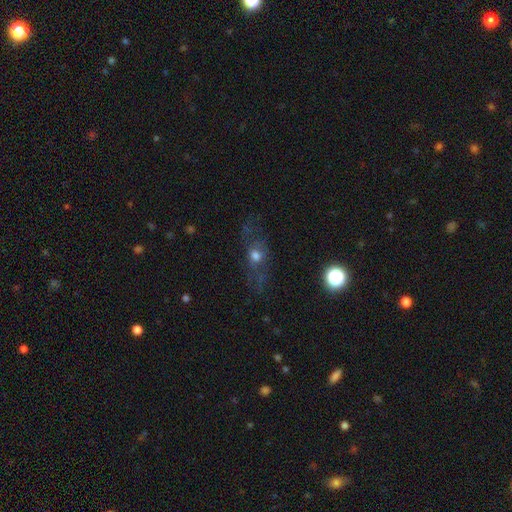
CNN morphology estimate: A smooth galaxy with no disk features (45%).

Vote fractions:
- Smooth or featured? smooth: 45% / featured or disk: 38% / star or artifact: 17%
- Merging? none: 60% / minor disturbance: 19% / major disturbance: 18% / merger: 3%